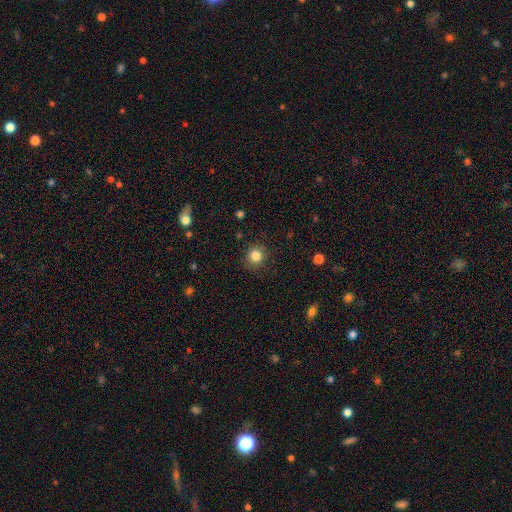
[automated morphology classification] This appears to be a smooth galaxy with no disk features (84%) that is round (92%). Merging: none (89%).